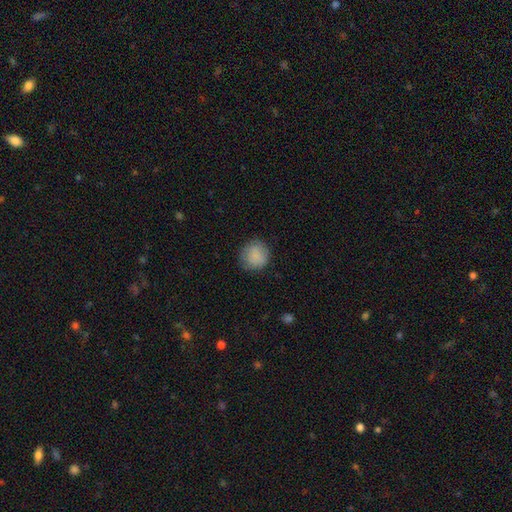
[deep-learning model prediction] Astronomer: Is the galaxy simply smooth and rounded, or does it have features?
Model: smooth — 87%.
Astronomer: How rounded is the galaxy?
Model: round — 90%.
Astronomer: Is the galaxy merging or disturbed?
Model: none — 82%.